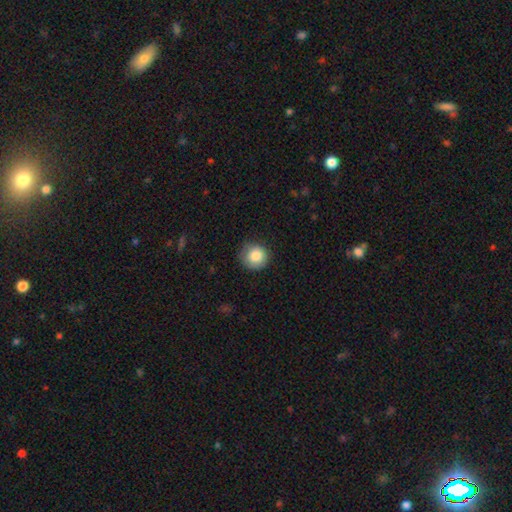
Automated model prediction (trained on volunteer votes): This appears to be a smooth galaxy with no disk features (85%) that is round (94%). Merging: none (79%).